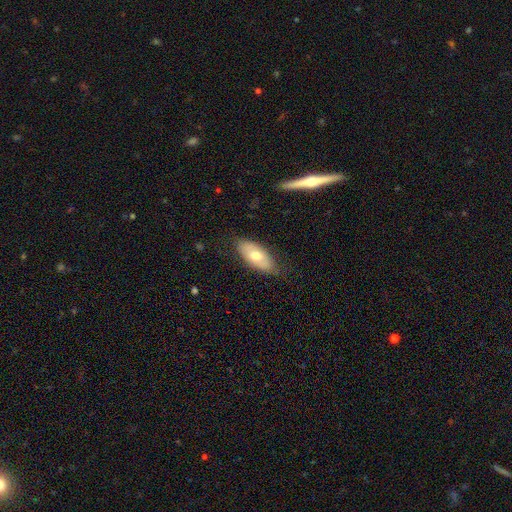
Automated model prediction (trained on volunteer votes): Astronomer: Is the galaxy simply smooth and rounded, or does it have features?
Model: smooth — 60%.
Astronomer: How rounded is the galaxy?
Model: in between — 89%.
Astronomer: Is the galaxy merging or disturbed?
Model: none — 76%.